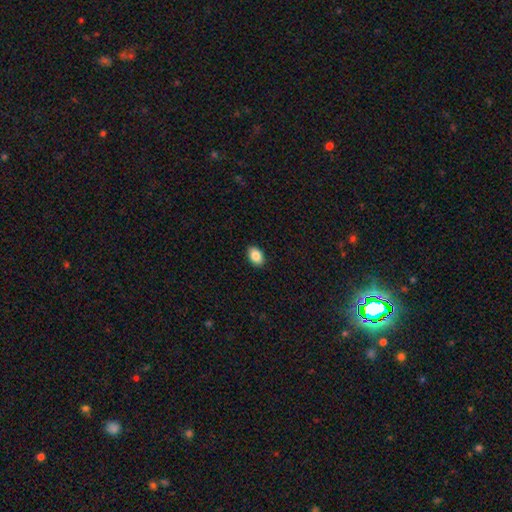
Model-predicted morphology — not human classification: Smooth or featured?
  - smooth: 87% *
  - star or artifact: 8%
  - featured or disk: 5%
How rounded?
  - in between: 85% *
  - round: 14%
  - cigar-shaped: 1%
Merging?
  - none: 90% *
  - minor disturbance: 7%
  - major disturbance: 2%
  - merger: 1%